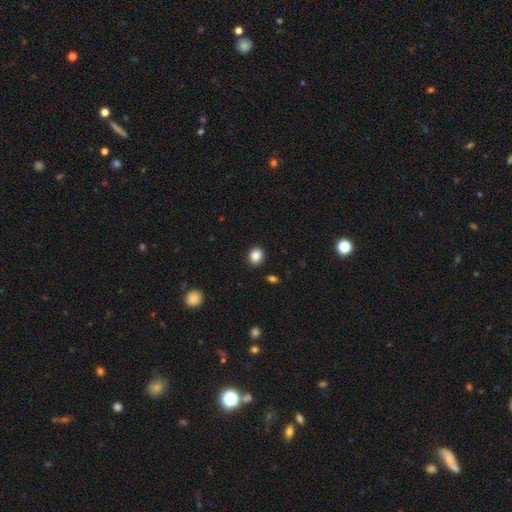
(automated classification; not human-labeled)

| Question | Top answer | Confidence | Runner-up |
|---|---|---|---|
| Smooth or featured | smooth | 87% | star or artifact (9%) |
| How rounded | round | 61% | in between (38%) |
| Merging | none | 90% | minor disturbance (7%) |